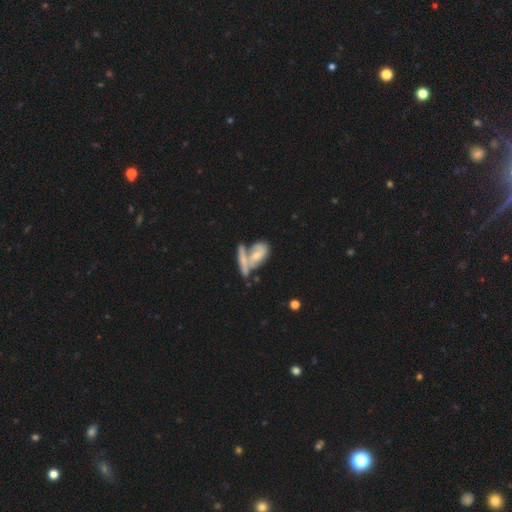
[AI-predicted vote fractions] Q: Smooth or featured?
A: smooth (47%); runner-up: featured or disk (46%)
Q: Merging?
A: merger (54%); runner-up: none (24%)